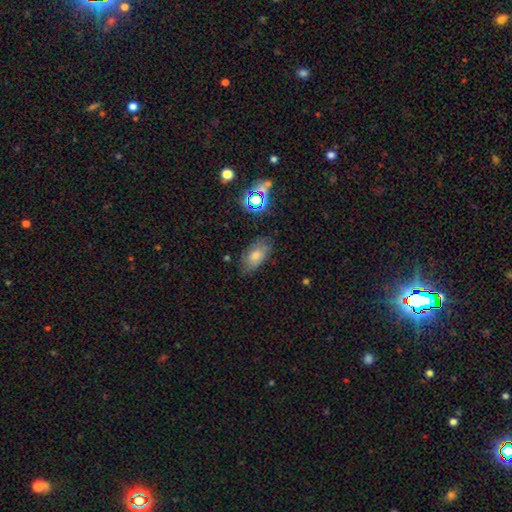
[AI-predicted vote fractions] This is likely a smooth galaxy (62%). How rounded: clearly in between (88%). Merging: likely none (77%).